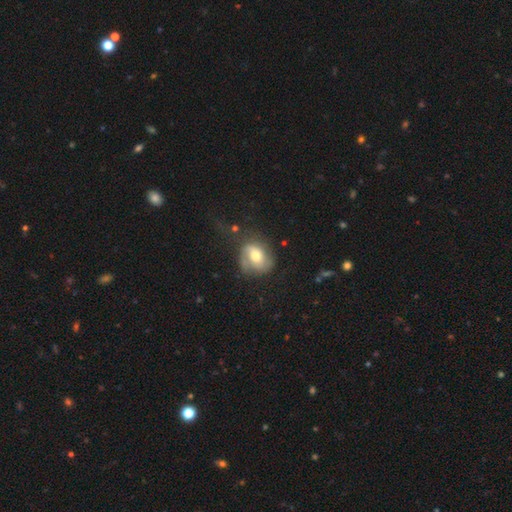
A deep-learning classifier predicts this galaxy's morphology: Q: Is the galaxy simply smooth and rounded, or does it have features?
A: featured or disk — 52%.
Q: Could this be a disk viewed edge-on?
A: no — 96%.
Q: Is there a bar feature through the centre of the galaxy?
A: no — 57%.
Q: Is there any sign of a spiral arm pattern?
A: yes — 79%.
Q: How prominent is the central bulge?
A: moderate — 66%.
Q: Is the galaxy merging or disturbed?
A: none — 53%.